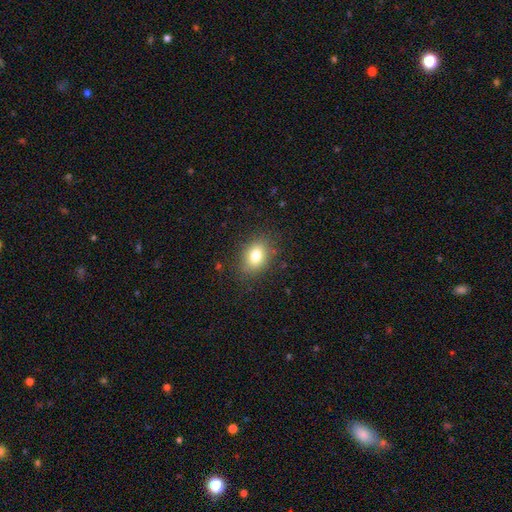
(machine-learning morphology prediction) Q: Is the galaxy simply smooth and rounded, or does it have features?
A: smooth — 79%.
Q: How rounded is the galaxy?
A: in between — 71%.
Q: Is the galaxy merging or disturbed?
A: none — 83%.